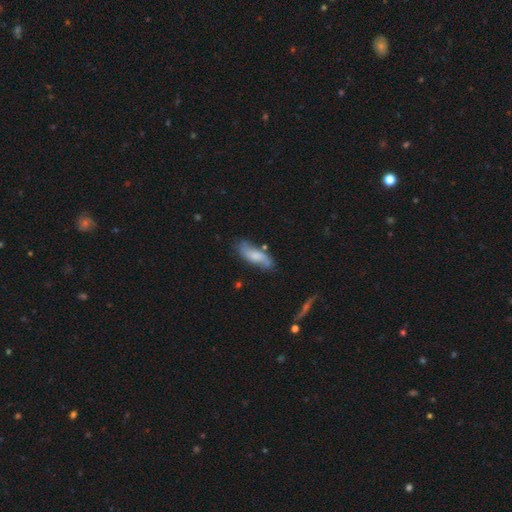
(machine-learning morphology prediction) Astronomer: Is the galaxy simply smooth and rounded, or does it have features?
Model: smooth — 63%.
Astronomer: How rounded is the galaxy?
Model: in between — 64%.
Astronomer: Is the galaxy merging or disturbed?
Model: none — 68%.